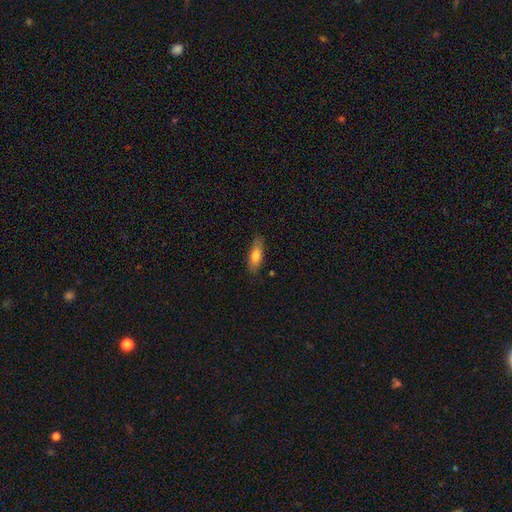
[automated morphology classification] Q: Smooth or featured?
A: smooth (75%); runner-up: featured or disk (19%)
Q: How rounded?
A: in between (63%); runner-up: cigar-shaped (35%)
Q: Merging?
A: none (81%); runner-up: minor disturbance (15%)